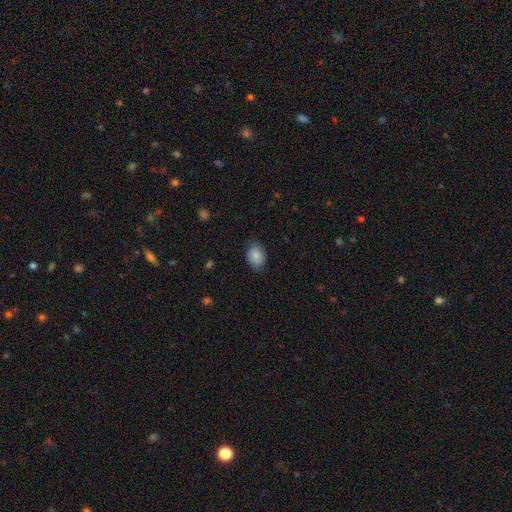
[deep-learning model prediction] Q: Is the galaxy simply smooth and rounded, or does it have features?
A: smooth — 80%.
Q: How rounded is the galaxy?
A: in between — 72%.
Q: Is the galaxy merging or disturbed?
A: none — 75%.